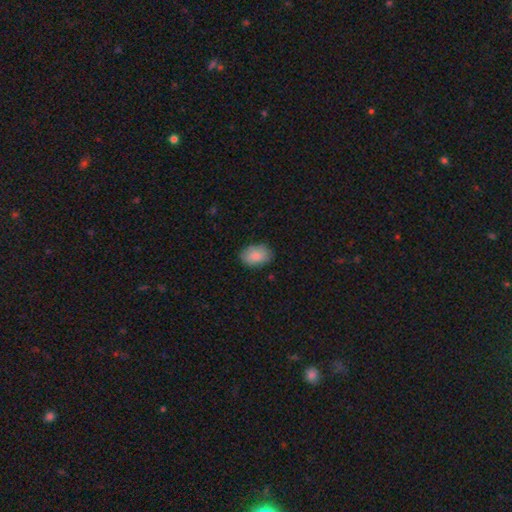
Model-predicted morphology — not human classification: type=smooth (85%); roundness=in between (85%); merging=none (84%).